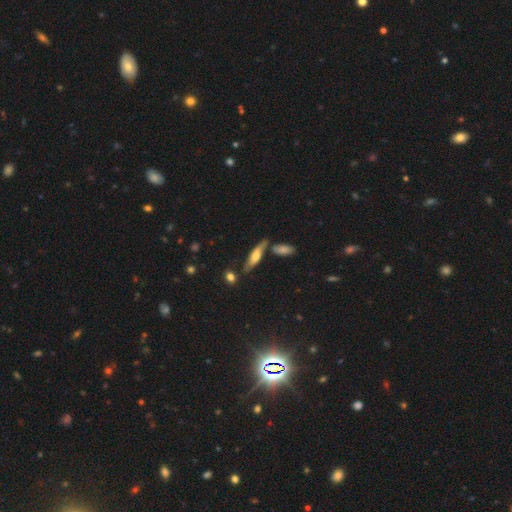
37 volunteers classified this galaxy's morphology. featured or disk 57%, smooth 38%, star or artifact 5%. Down the decision tree: edge-on disk — yes (86%); edge-on bulge — rounded (83%); merging — none (71%).